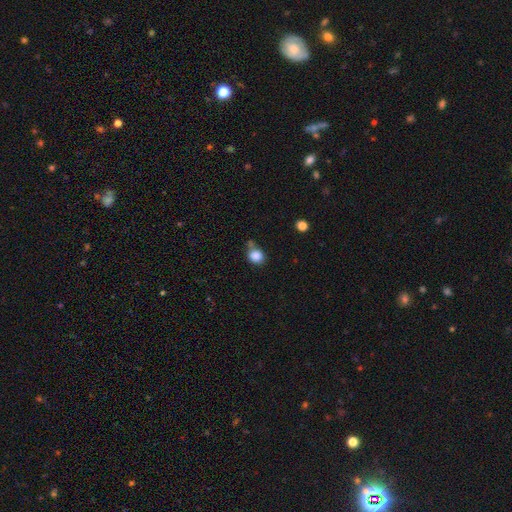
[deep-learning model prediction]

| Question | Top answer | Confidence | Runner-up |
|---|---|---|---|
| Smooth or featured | smooth | 86% | star or artifact (10%) |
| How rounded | round | 73% | in between (26%) |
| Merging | none | 62% | minor disturbance (18%) |